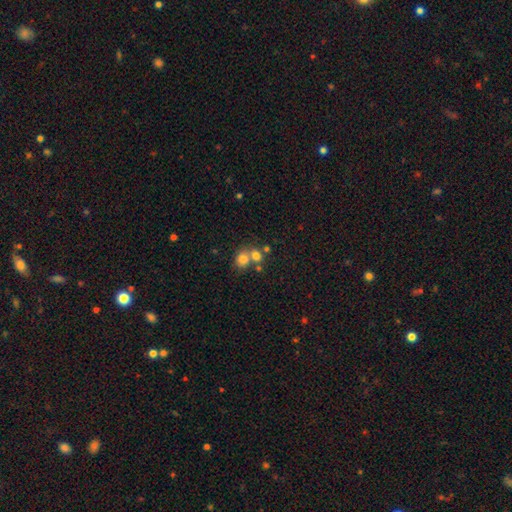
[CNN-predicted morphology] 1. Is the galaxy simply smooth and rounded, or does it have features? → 74% smooth, 14% star or artifact, 12% featured or disk.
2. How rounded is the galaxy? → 75% round, 24% in between, 1% cigar-shaped.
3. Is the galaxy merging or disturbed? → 51% merger, 39% none, 7% minor disturbance, 3% major disturbance.